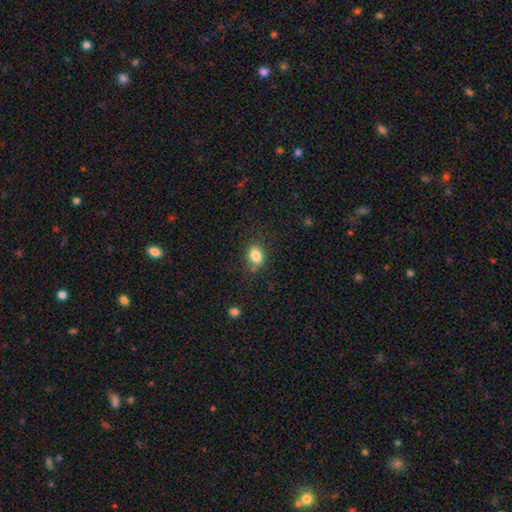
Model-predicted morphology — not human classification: The model was most divided on "how rounded": in between: 63%, round: 36%, cigar-shaped: 1%. More confident: smooth or featured — smooth (83%); merging — none (76%).